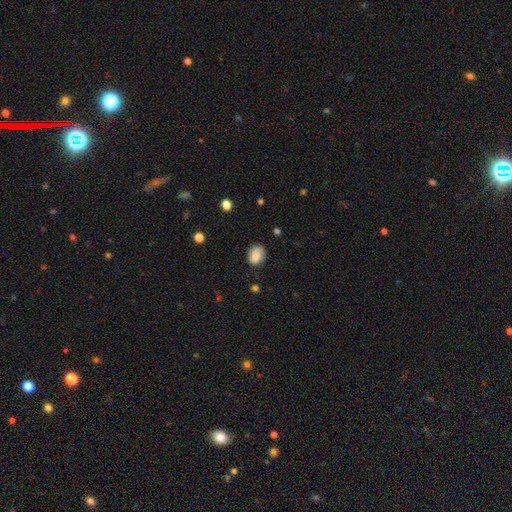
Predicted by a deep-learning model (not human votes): smooth-or-featured: smooth: 81% | featured or disk: 11% | star or artifact: 8%
  how-rounded: in between: 55% | round: 44% | cigar-shaped: 1%
  merging: none: 76% | minor disturbance: 19% | major disturbance: 4% | merger: 2%